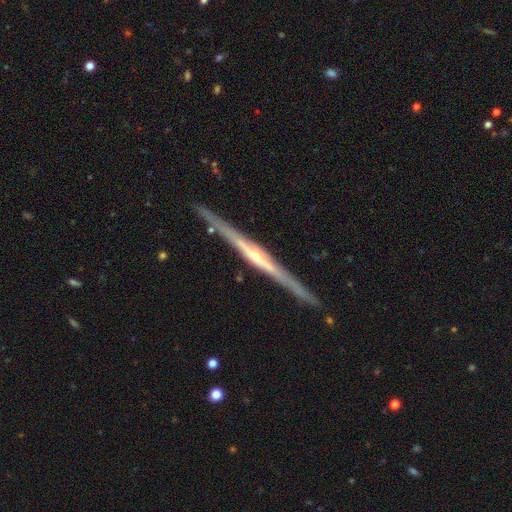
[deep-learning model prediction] The model was most divided on "edge-on bulge": rounded: 66%, none: 25%, boxy: 8%. More confident: edge-on disk — yes (98%); merging — none (90%); smooth or featured — featured or disk (86%).